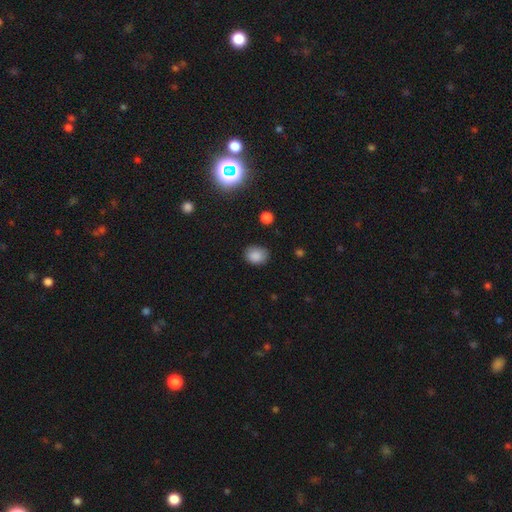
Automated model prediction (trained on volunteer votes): A smooth galaxy with no disk features (85%) that is in between round and cigar-shaped (52%). Merging: none (79%).